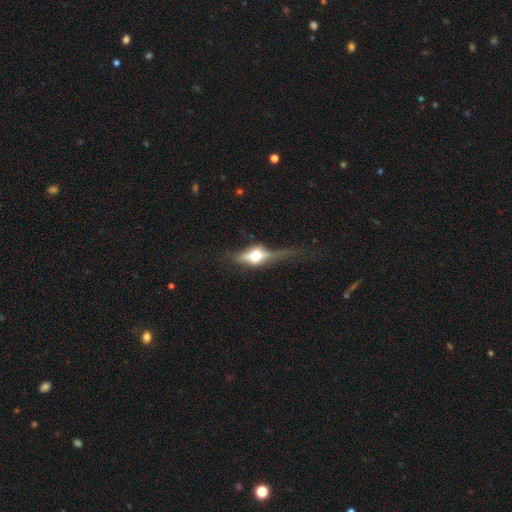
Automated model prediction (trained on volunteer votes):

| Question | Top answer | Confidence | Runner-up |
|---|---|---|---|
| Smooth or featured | featured or disk | 64% | smooth (27%) |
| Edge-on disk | yes | 88% | no (12%) |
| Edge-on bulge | rounded | 95% | boxy (3%) |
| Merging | none | 55% | minor disturbance (22%) |